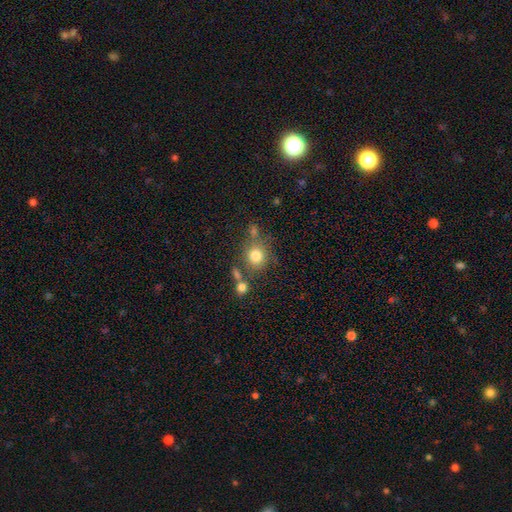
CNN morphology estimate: Smooth or featured?
  - smooth: 79% *
  - star or artifact: 12%
  - featured or disk: 10%
How rounded?
  - round: 82% *
  - in between: 17%
  - cigar-shaped: 1%
Merging?
  - none: 66% *
  - merger: 15%
  - minor disturbance: 13%
  - major disturbance: 6%